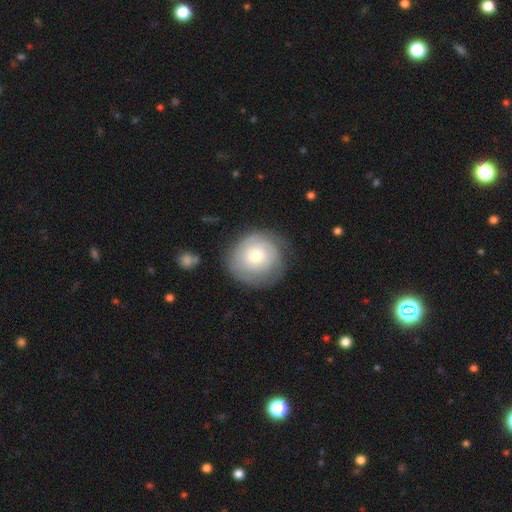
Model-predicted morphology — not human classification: The model was most divided on "smooth or featured": featured or disk: 58%, smooth: 36%, star or artifact: 6%. More confident: edge-on disk — no (97%); spiral arms — yes (83%); bar — no (76%); merging — none (75%); bulge size — moderate (64%).